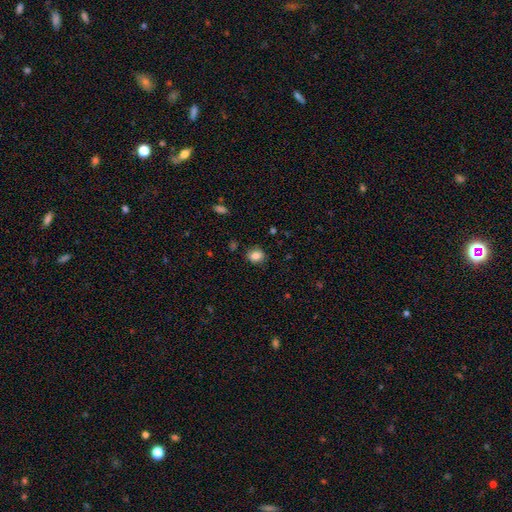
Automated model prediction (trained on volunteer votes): This appears to be a smooth galaxy with no disk features (84%) that is round (65%). Merging: none (86%).